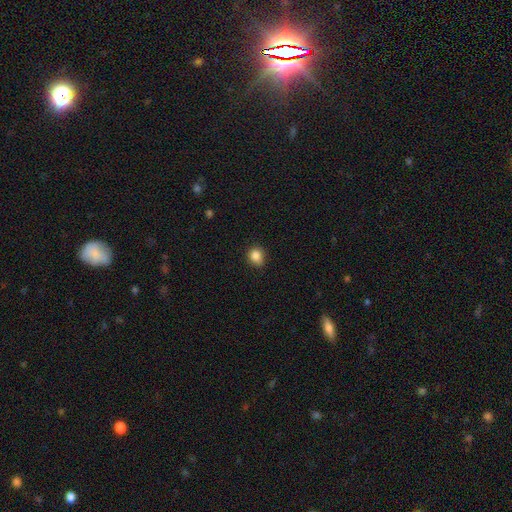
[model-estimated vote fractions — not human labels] Morphology: type=smooth (86%); roundness=round (74%); merging=none (82%).